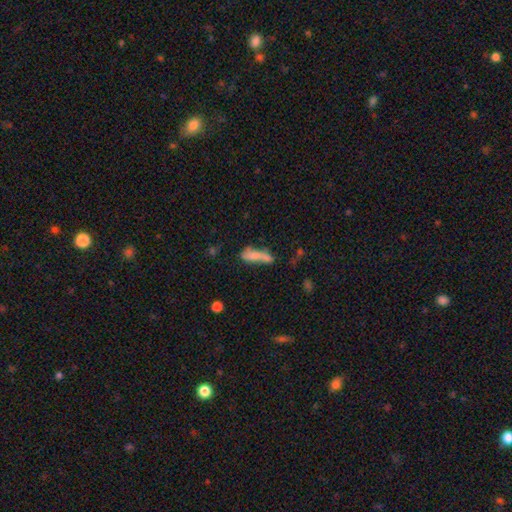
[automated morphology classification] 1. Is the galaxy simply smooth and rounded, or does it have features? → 63% smooth, 28% featured or disk, 9% star or artifact.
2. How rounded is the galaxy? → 53% cigar-shaped, 44% in between, 3% round.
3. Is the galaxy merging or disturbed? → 36% none, 27% merger, 22% minor disturbance, 15% major disturbance.